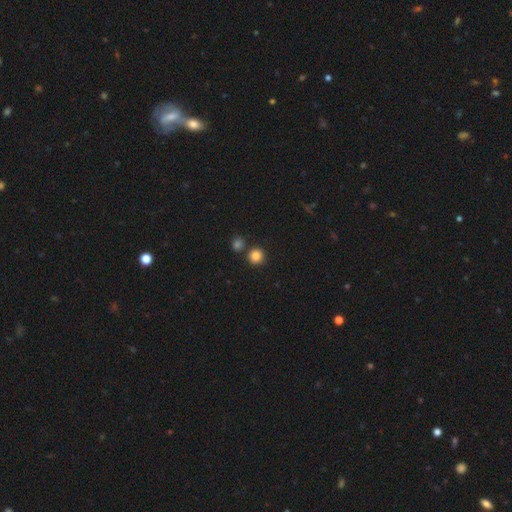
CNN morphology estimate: type=smooth (84%); roundness=round (93%); merging=none (80%).